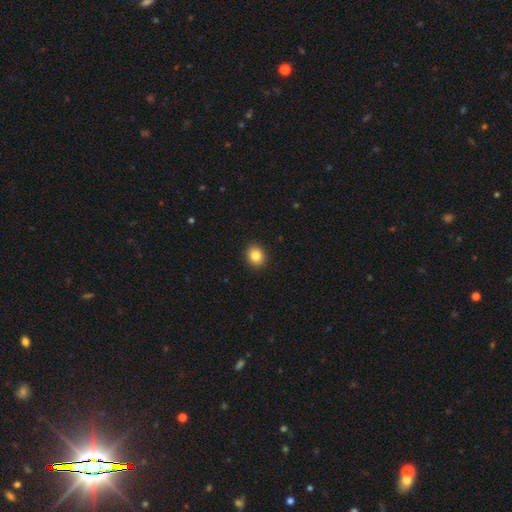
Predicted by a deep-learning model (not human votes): This appears to be a smooth galaxy with no disk features (85%) that is round (69%). Merging: none (92%).